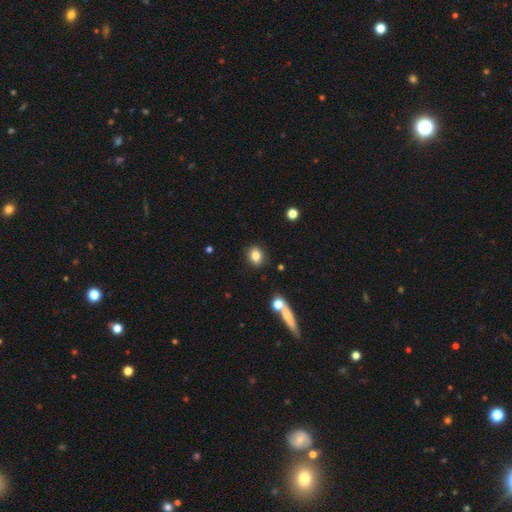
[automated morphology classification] Smooth or featured? smooth (83%)
How rounded? in between (49%, tied with round)
Merging? none (86%)